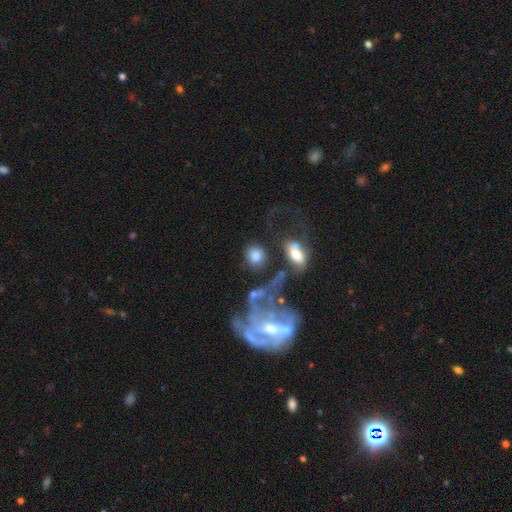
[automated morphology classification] Smooth or featured: smooth — 72% (featured or disk — 19%)
How rounded: round — 73% (in between — 25%)
Merging: none — 50% (major disturbance — 18%)